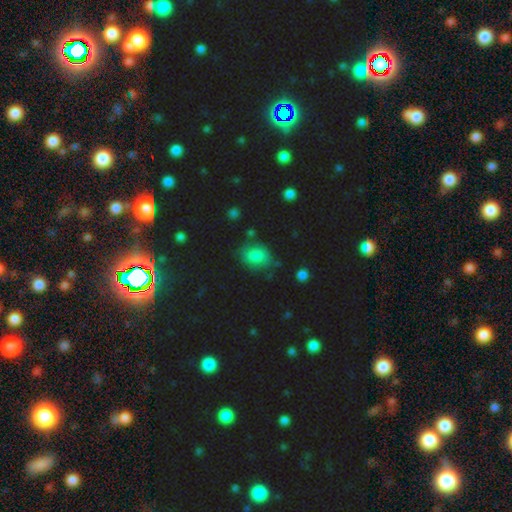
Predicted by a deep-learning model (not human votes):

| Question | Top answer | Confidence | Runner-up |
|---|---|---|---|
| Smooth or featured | smooth | 80% | star or artifact (12%) |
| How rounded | in between | 69% | round (30%) |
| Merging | none | 69% | minor disturbance (21%) |